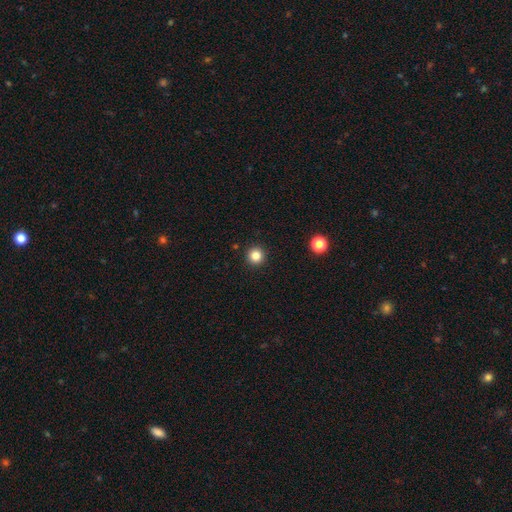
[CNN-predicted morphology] type=smooth (83%); roundness=round (95%); merging=none (93%).